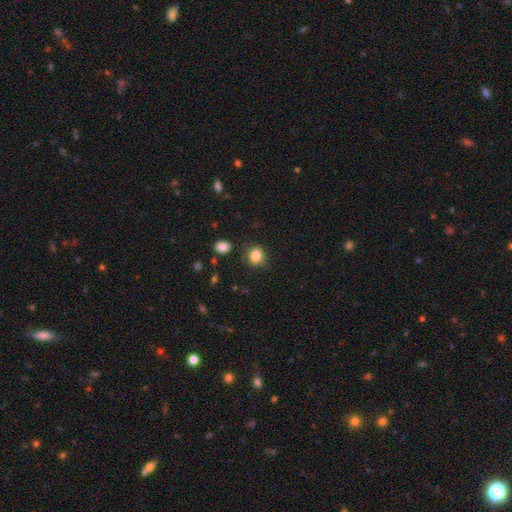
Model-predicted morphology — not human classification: The model was most divided on "how rounded": round: 58%, in between: 41%, cigar-shaped: 1%. More confident: smooth or featured — smooth (84%); merging — none (79%).